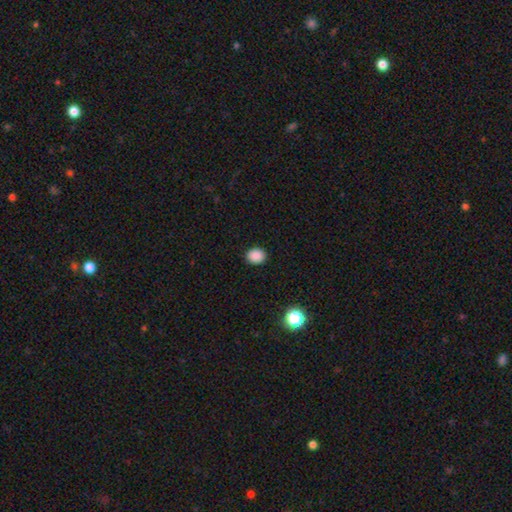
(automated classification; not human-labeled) This is clearly a smooth galaxy (88%). How rounded: likely round (64%). Merging: clearly none (91%).